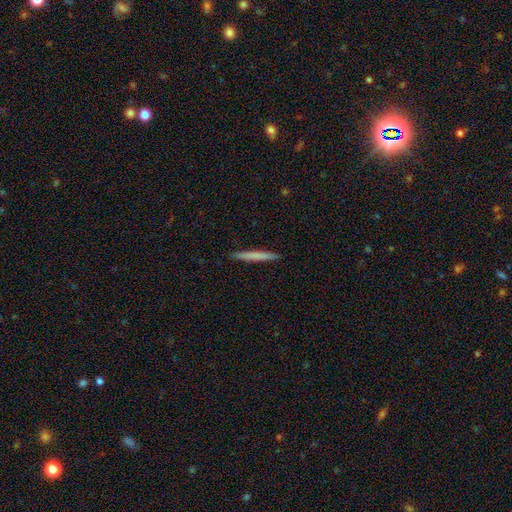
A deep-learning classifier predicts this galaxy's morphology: This is likely a smooth galaxy (67%). How rounded: clearly cigar-shaped (97%). Merging: clearly none (92%).